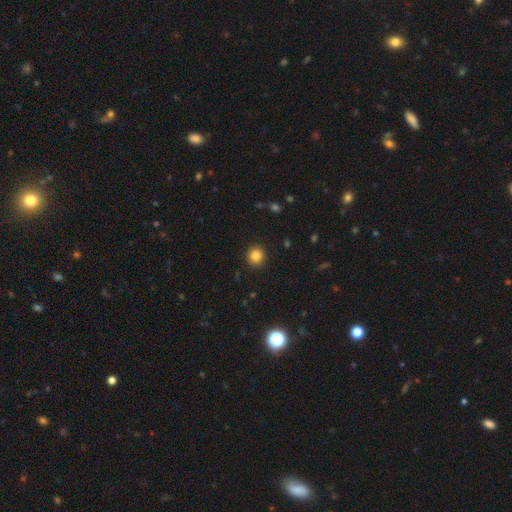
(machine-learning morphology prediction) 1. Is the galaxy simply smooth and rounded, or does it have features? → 83% smooth, 11% star or artifact, 5% featured or disk.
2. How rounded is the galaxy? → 92% round, 7% in between, 1% cigar-shaped.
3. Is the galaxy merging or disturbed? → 92% none, 5% minor disturbance, 2% major disturbance, 1% merger.